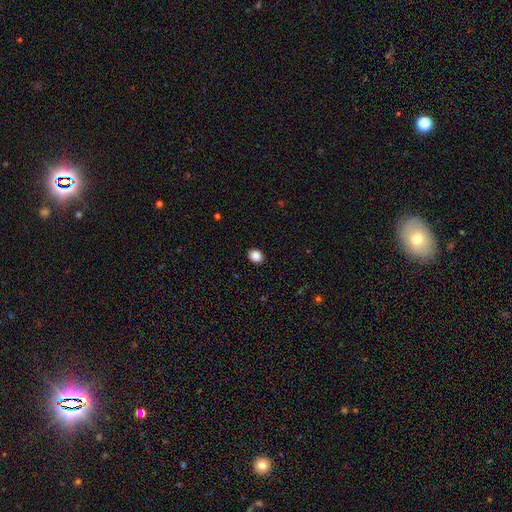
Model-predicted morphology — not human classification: Q: Smooth or featured?
A: smooth (88%); runner-up: star or artifact (9%)
Q: How rounded?
A: round (59%); runner-up: in between (40%)
Q: Merging?
A: none (90%); runner-up: minor disturbance (7%)